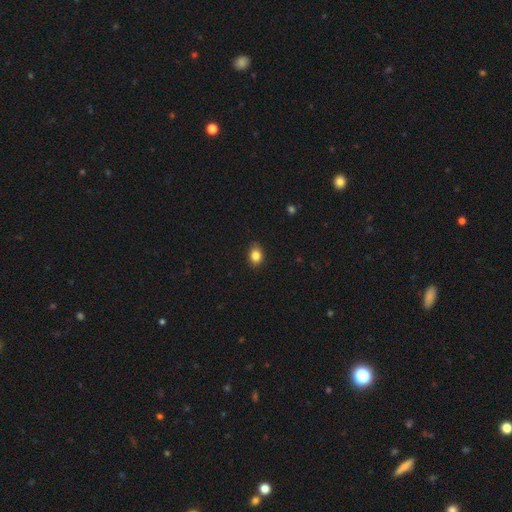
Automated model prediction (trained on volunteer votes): Smooth or featured? Predicted: smooth (p=0.85). How rounded? Predicted: in between (p=0.63). Merging? Predicted: none (p=0.82).